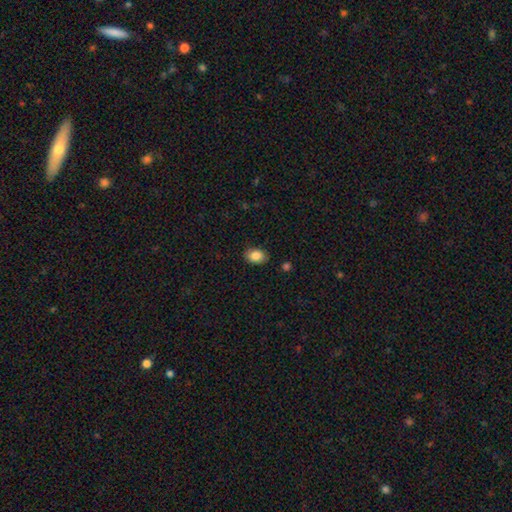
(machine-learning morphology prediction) Smooth or featured? smooth (86%)
How rounded? in between (77%)
Merging? none (85%)